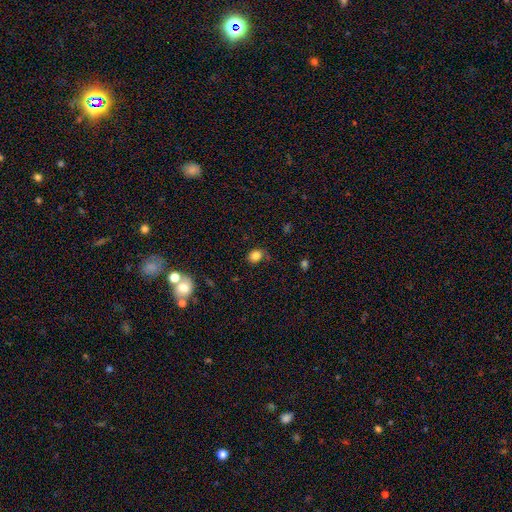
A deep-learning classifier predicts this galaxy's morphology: type=smooth (82%); roundness=round (65%); merging=none (75%).